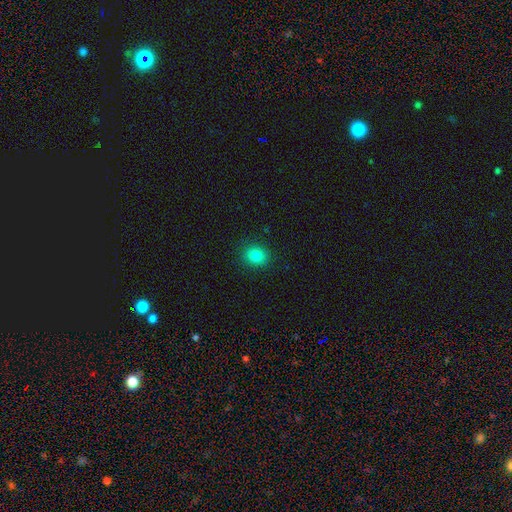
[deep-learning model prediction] Smooth or featured? smooth (83%)
How rounded? round (67%)
Merging? none (90%)